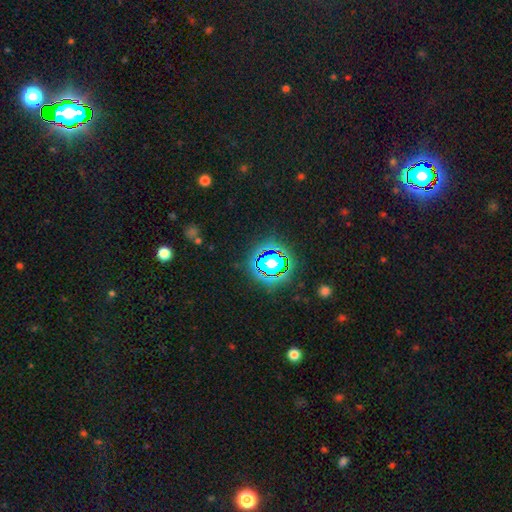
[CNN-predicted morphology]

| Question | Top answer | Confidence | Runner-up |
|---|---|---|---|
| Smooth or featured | star or artifact | 80% | smooth (13%) |